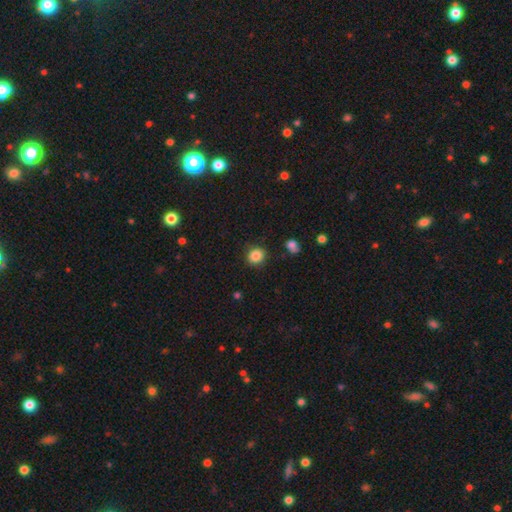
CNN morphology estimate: smooth 85%, star or artifact 10%, featured or disk 4%. Down the decision tree: how rounded — round (79%); merging — none (86%).